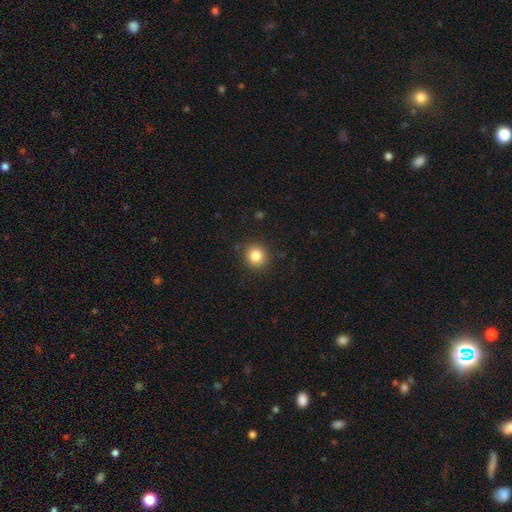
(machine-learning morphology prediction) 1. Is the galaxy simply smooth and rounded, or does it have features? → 84% smooth, 11% star or artifact, 5% featured or disk.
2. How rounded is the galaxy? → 90% round, 9% in between, 1% cigar-shaped.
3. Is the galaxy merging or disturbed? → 89% none, 8% minor disturbance, 2% major disturbance, 1% merger.